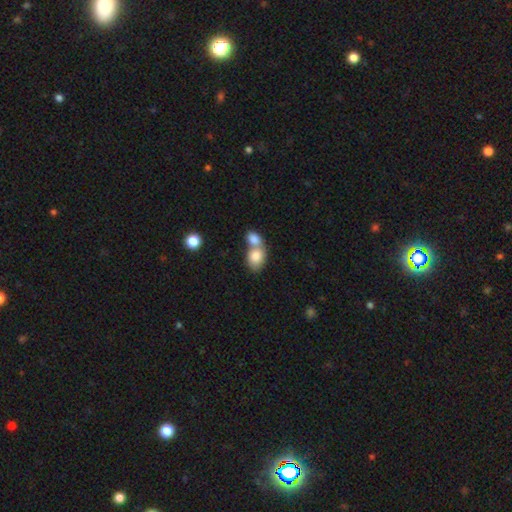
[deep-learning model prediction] Overall: smooth (81%). How rounded: in between (68%; round 31%). Merging: merger (68%).